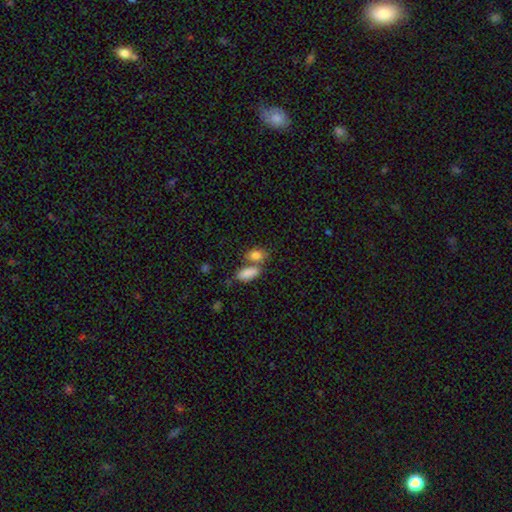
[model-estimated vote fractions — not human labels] Smooth or featured? Predicted: smooth (p=0.83). How rounded? Predicted: in between (p=0.81). Merging? Predicted: none (p=0.43).